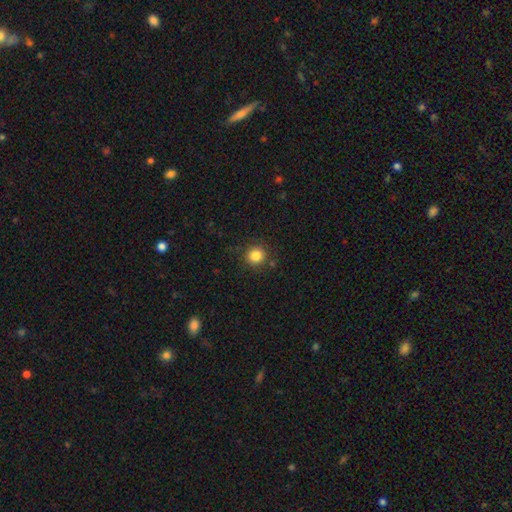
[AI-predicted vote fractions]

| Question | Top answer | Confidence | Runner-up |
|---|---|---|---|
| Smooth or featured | smooth | 84% | star or artifact (12%) |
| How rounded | round | 92% | in between (7%) |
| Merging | none | 86% | minor disturbance (8%) |